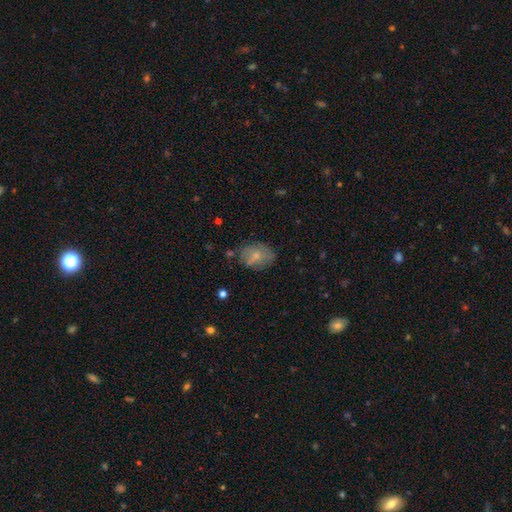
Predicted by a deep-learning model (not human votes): Smooth or featured: smooth — 69% (featured or disk — 22%)
How rounded: in between — 70% (round — 29%)
Merging: none — 67% (minor disturbance — 23%)